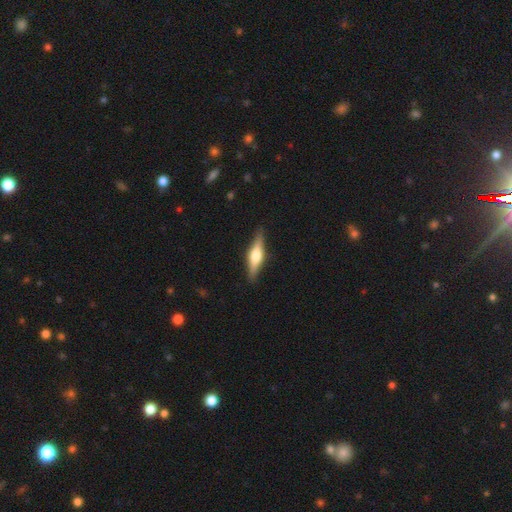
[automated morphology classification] Smooth or featured? featured or disk (61%)
Edge-on disk? yes (96%)
Edge-on bulge? rounded (88%)
Merging? none (89%)